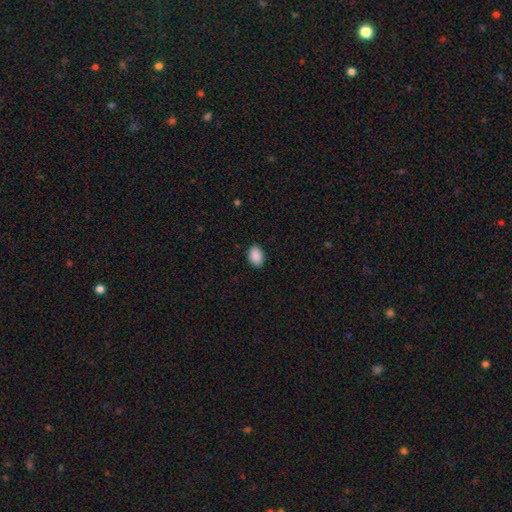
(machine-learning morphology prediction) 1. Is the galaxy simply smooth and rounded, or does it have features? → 90% smooth, 7% star or artifact, 3% featured or disk.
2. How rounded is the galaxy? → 84% in between, 15% round, 1% cigar-shaped.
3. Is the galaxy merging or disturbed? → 88% none, 9% minor disturbance, 2% major disturbance, 1% merger.